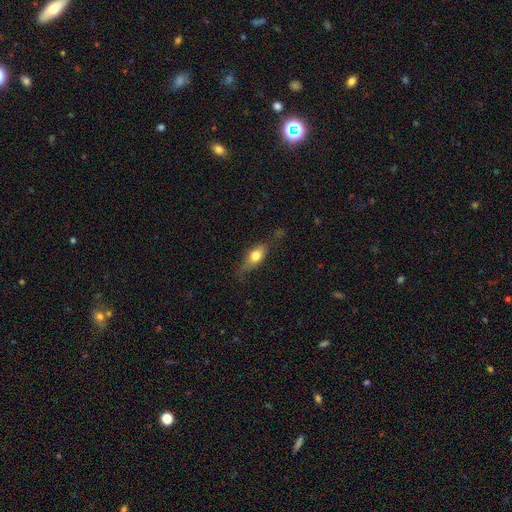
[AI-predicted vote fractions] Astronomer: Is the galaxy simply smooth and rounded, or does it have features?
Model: smooth — 69%.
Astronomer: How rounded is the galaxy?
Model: in between — 74%.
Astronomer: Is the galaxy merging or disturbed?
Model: none — 60%.